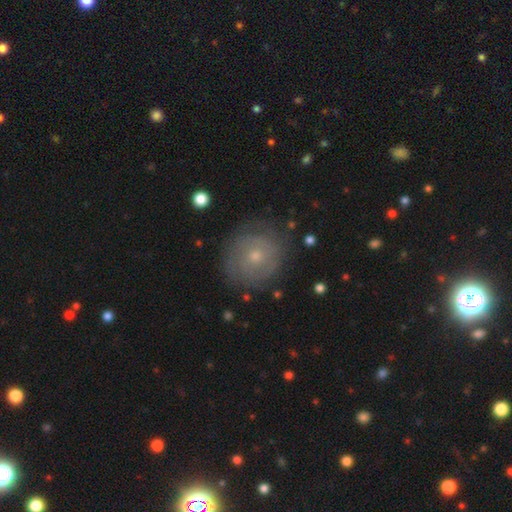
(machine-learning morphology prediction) This is possibly a featured or disk galaxy (52%). It is clearly not viewed edge-on (96%). Bar: clearly no (82%). Spiral arm pattern: likely yes (72%). Central bulge: possibly small (59%). Merging: likely none (79%).